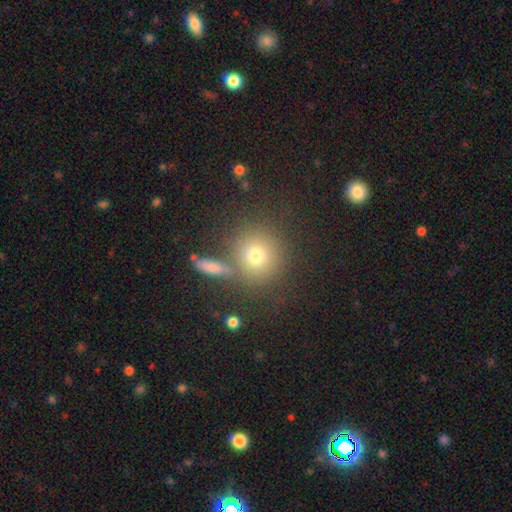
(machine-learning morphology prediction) smooth-or-featured: smooth: 72% | star or artifact: 15% | featured or disk: 13%
  how-rounded: round: 90% | in between: 9% | cigar-shaped: 1%
  merging: none: 75% | merger: 11% | minor disturbance: 9% | major disturbance: 5%